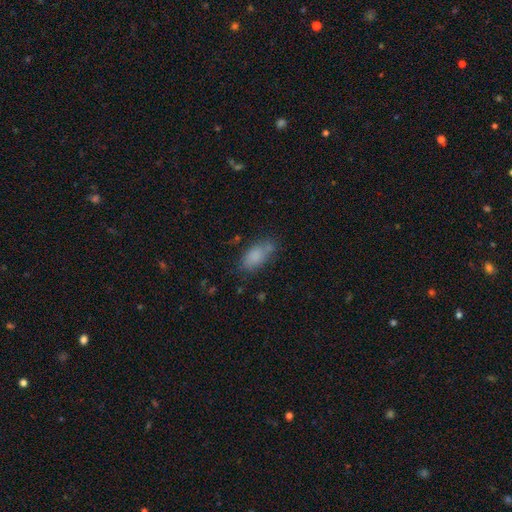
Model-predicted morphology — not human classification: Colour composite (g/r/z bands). It shows a smooth galaxy with no disk features (82%) that is in between round and cigar-shaped (88%). Merging: none (61%).